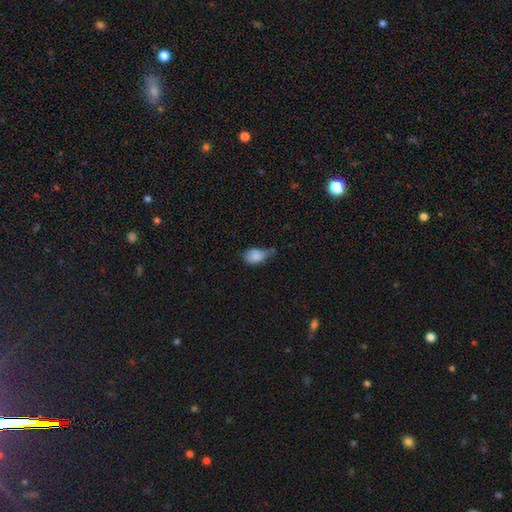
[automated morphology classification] Smooth or featured: smooth — 79% (featured or disk — 11%)
How rounded: in between — 86% (round — 11%)
Merging: minor disturbance — 49% (none — 25%)